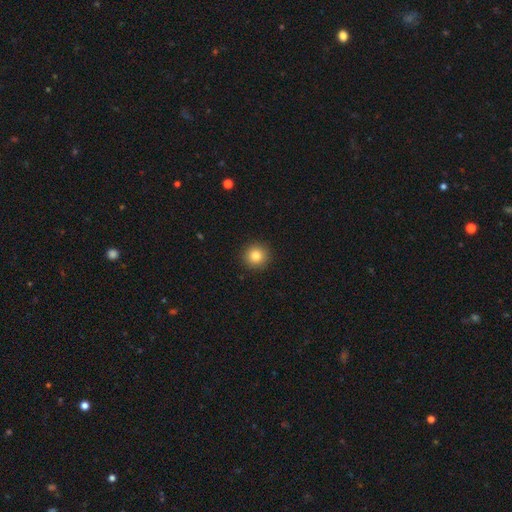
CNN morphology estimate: Smooth or featured? Predicted: smooth (p=0.83). How rounded? Predicted: round (p=0.94). Merging? Predicted: none (p=0.93).